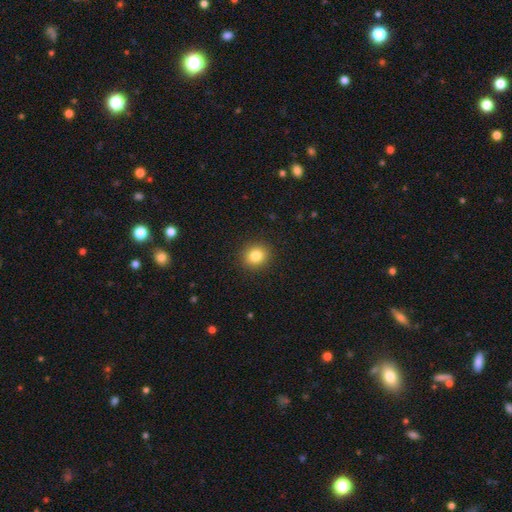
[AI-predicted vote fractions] smooth_or_featured: smooth (p=0.83) [alt: star or artifact p=0.11]
how_rounded: round (p=0.78) [alt: in between p=0.21]
merging: none (p=0.91) [alt: minor disturbance p=0.06]